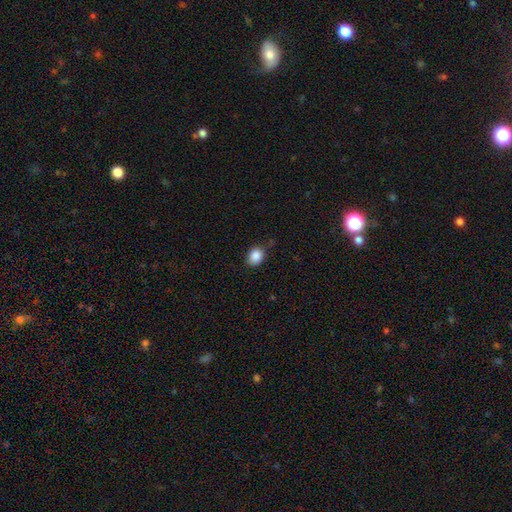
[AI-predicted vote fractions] This appears to be a smooth galaxy with no disk features (87%) that is in between round and cigar-shaped (55%). Merging: none (77%).